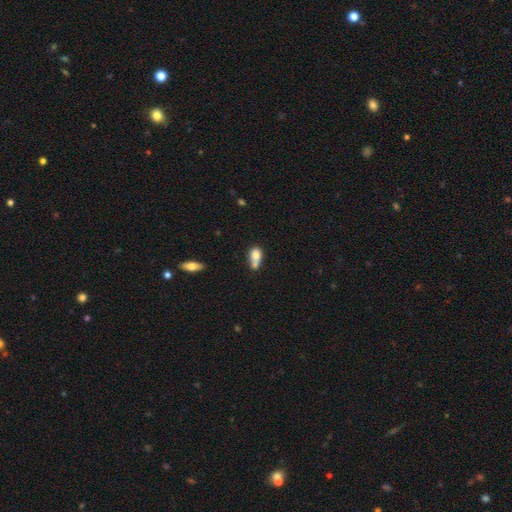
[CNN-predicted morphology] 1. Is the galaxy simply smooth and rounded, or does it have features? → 73% smooth, 18% featured or disk, 9% star or artifact.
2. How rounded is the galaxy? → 72% in between, 23% round, 5% cigar-shaped.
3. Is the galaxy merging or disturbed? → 50% merger, 25% none, 16% minor disturbance, 8% major disturbance.